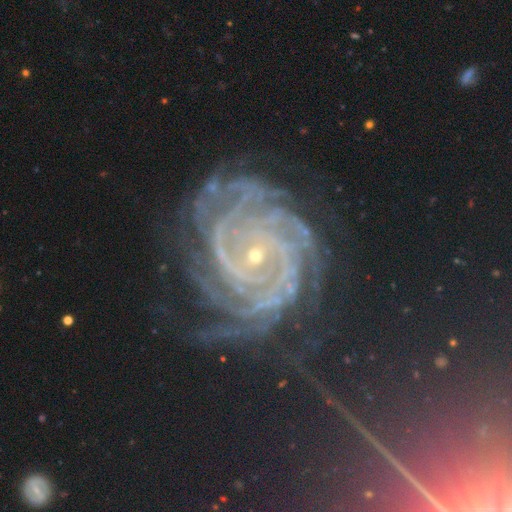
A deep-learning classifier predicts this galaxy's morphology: Smooth or featured: featured or disk — 73% (star or artifact — 19%)
Edge-on disk: no — 97% (yes — 3%)
Bar: no — 63% (weak — 23%)
Spiral arms: yes — 98% (no — 2%)
Spiral winding: tight — 78% (medium — 17%)
Spiral arm count: more than 4 — 24% (4 — 18%)
Bulge size: small — 87% (moderate — 10%)
Merging: none — 74% (minor disturbance — 17%)